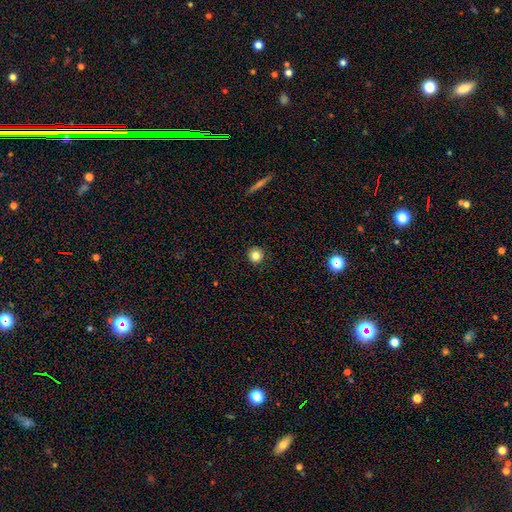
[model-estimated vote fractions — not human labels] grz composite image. It shows a smooth galaxy with no disk features (83%) that is round (95%). Merging: none (92%).